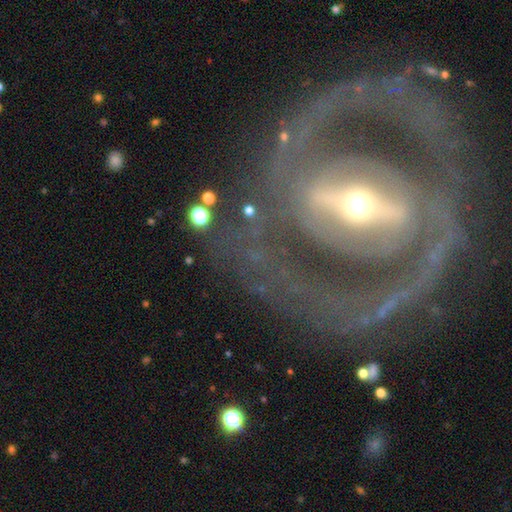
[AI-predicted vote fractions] Smooth or featured? Predicted: featured or disk (p=0.88). Edge-on disk? Predicted: no (p=0.93). Bar? Predicted: strong (p=0.72). Spiral arms? Predicted: yes (p=0.81). Spiral winding? Predicted: tight (p=0.49). Spiral arm count? Predicted: 2 (p=0.75). Bulge size? Predicted: moderate (p=0.49). Merging? Predicted: none (p=0.73).